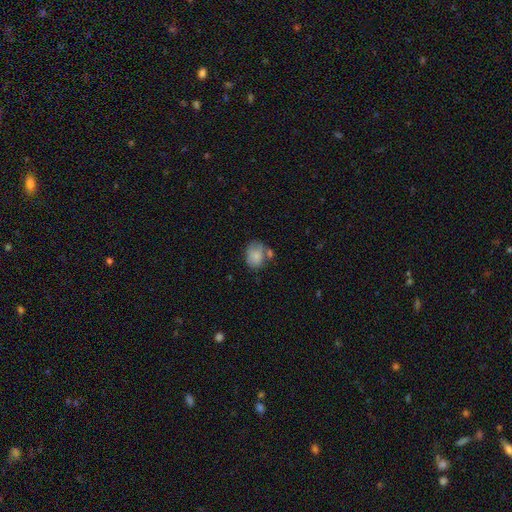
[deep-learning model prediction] Smooth or featured? Predicted: smooth (p=0.80). How rounded? Predicted: in between (p=0.59). Merging? Predicted: none (p=0.47).